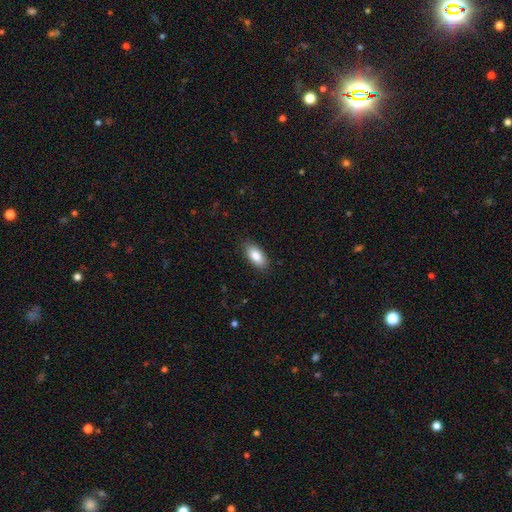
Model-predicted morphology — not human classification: This appears to be a smooth galaxy with no disk features (86%) that is in between round and cigar-shaped (90%). Merging: none (86%).